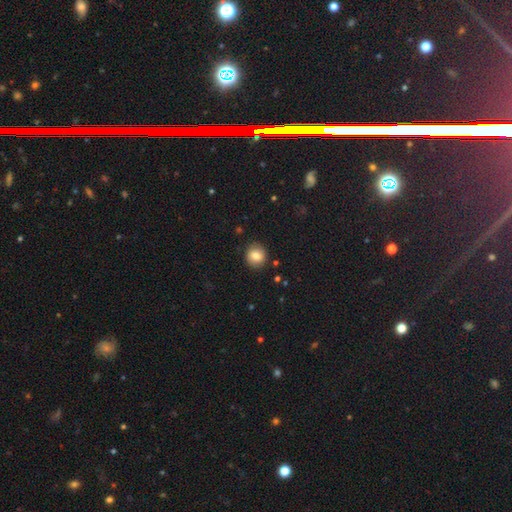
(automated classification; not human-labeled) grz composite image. It shows a smooth galaxy with no disk features (81%) that is round (84%). Merging: none (87%).